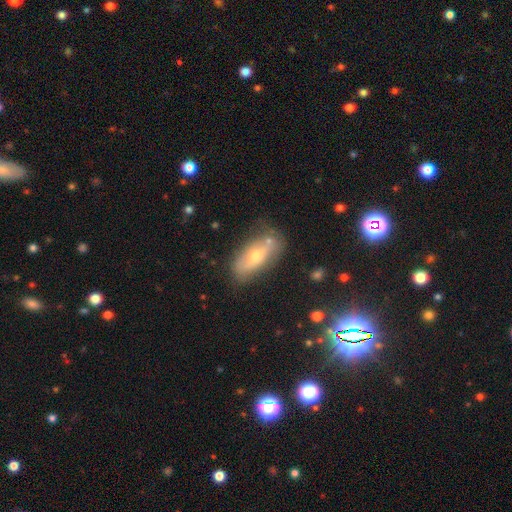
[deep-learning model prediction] smooth 49%, featured or disk 43%, star or artifact 9%. Down the decision tree: merging — none (70%).